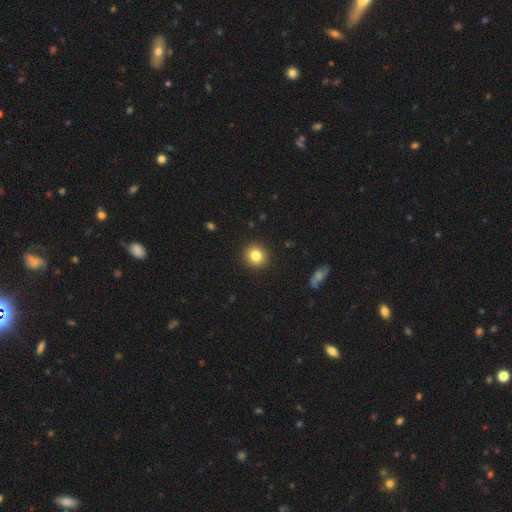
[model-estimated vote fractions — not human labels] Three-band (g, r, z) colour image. It shows a smooth galaxy with no disk features (83%) that is round (89%). Merging: none (92%).